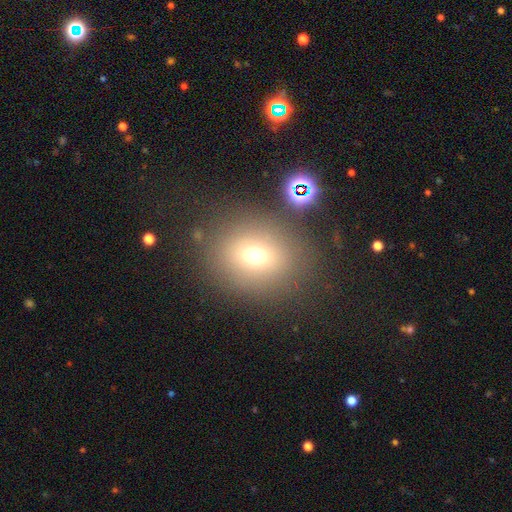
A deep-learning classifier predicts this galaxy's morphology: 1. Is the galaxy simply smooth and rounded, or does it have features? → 67% smooth, 19% star or artifact, 14% featured or disk.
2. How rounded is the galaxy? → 54% round, 44% in between, 1% cigar-shaped.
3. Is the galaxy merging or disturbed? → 78% none, 11% minor disturbance, 6% major disturbance, 5% merger.